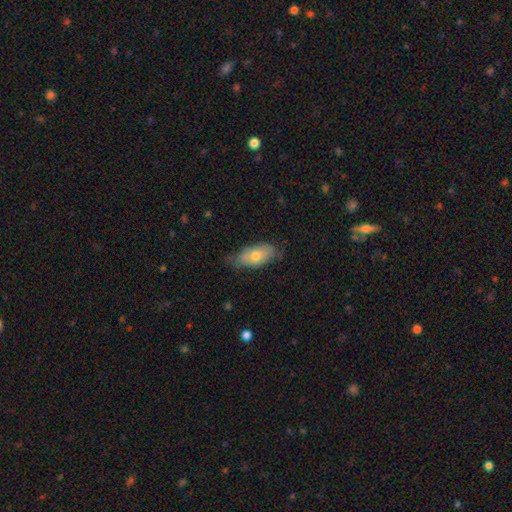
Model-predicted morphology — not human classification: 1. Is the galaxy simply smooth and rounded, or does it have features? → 64% smooth, 29% featured or disk, 7% star or artifact.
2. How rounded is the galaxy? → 88% in between, 8% cigar-shaped, 4% round.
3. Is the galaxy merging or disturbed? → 65% none, 28% minor disturbance, 5% major disturbance, 1% merger.